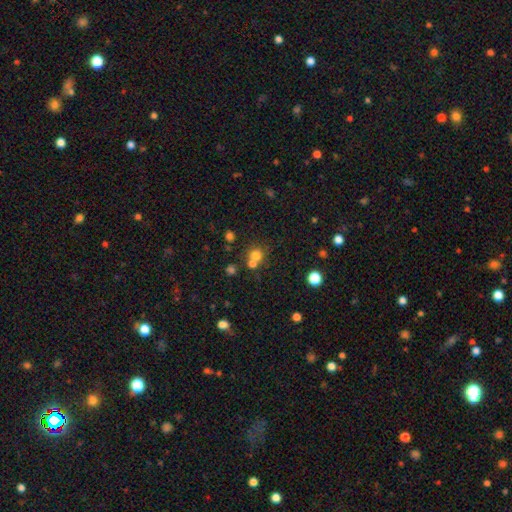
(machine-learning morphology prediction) A smooth galaxy with no disk features (72%) that is round (87%).

Vote fractions:
- Smooth or featured? smooth: 72% / star or artifact: 18% / featured or disk: 10%
- How rounded? round: 87% / in between: 12% / cigar-shaped: 1%
- Merging? none: 51% / merger: 38% / minor disturbance: 7% / major disturbance: 3%